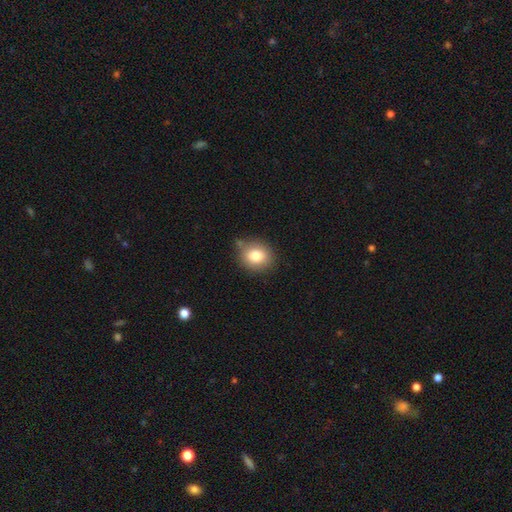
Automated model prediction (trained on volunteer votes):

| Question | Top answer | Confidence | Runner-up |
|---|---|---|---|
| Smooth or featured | smooth | 81% | star or artifact (10%) |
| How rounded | round | 68% | in between (31%) |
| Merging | none | 75% | minor disturbance (17%) |